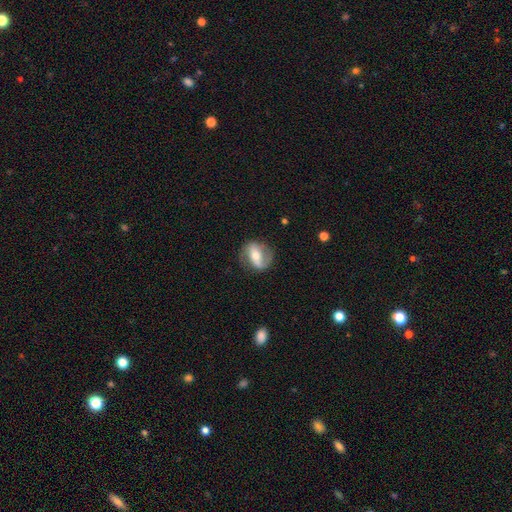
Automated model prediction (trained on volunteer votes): A featured or disk galaxy (68%) with a strong bar (50%), spiral arms (75%) and a moderate central bulge (65%).

Vote fractions:
- Smooth or featured? featured or disk: 68% / smooth: 26% / star or artifact: 6%
- Edge-on disk? no: 93% / yes: 7%
- Bar? strong: 50% / weak: 28% / no: 21%
- Spiral arms? yes: 75% / no: 25%
- Bulge size? moderate: 65% / small: 28% / large: 5% / none: 1% / dominant: 1%
- Merging? none: 75% / minor disturbance: 16% / major disturbance: 7% / merger: 1%